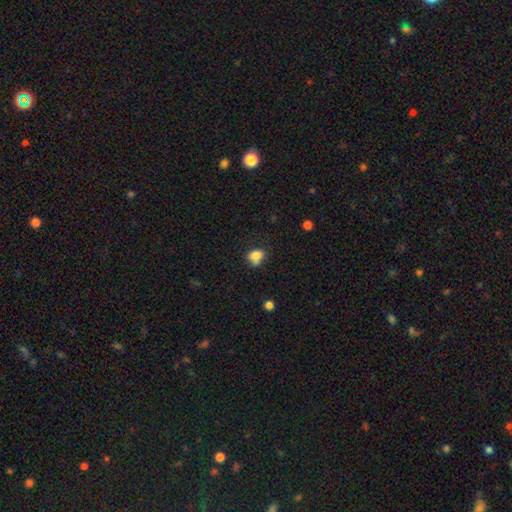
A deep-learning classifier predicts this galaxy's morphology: A smooth galaxy with no disk features (80%) that is in between round and cigar-shaped (61%). Merging: none (49%).